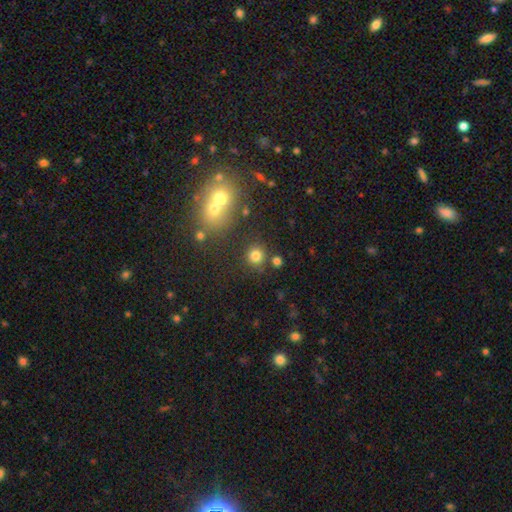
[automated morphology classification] A smooth galaxy with no disk features (79%) that is round (90%).

Vote fractions:
- Smooth or featured? smooth: 79% / star or artifact: 15% / featured or disk: 6%
- How rounded? round: 90% / in between: 9% / cigar-shaped: 1%
- Merging? none: 82% / merger: 8% / minor disturbance: 7% / major disturbance: 3%